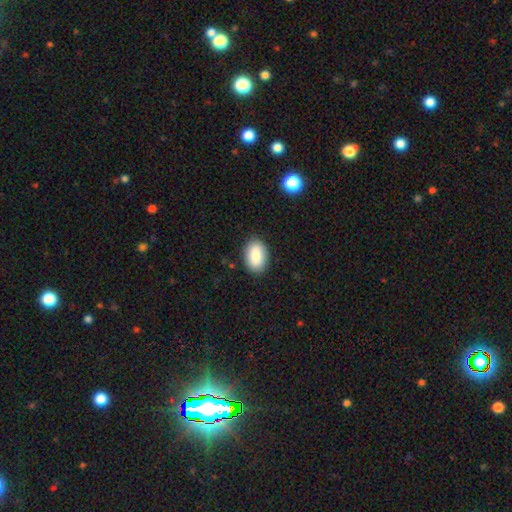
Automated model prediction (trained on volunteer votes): Overall: smooth (86%). How rounded: in between (91%). Merging: none (87%).